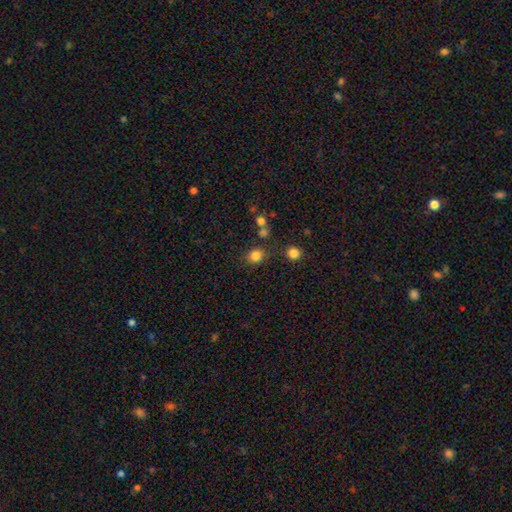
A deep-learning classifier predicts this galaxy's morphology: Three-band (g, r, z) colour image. It shows a smooth galaxy with no disk features (82%) that is round (77%). Merging: none (77%).